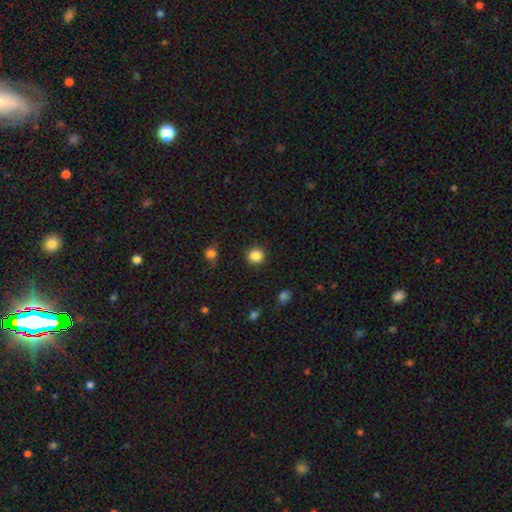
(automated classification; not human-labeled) Q: Smooth or featured?
A: smooth (86%); runner-up: star or artifact (11%)
Q: How rounded?
A: round (94%); runner-up: in between (5%)
Q: Merging?
A: none (91%); runner-up: minor disturbance (5%)